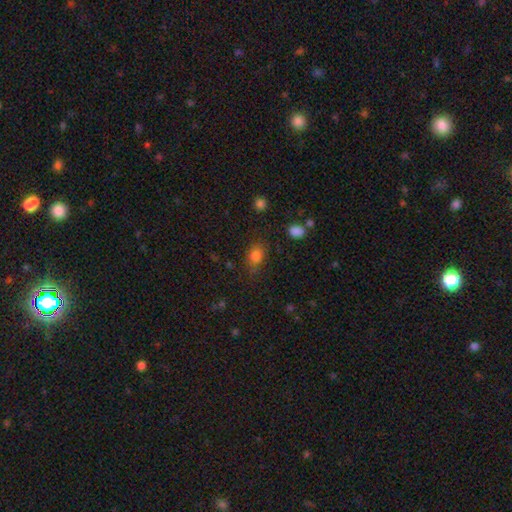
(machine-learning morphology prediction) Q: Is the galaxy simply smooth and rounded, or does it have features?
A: smooth — 82%.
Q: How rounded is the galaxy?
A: in between — 71%.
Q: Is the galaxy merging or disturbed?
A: none — 76%.